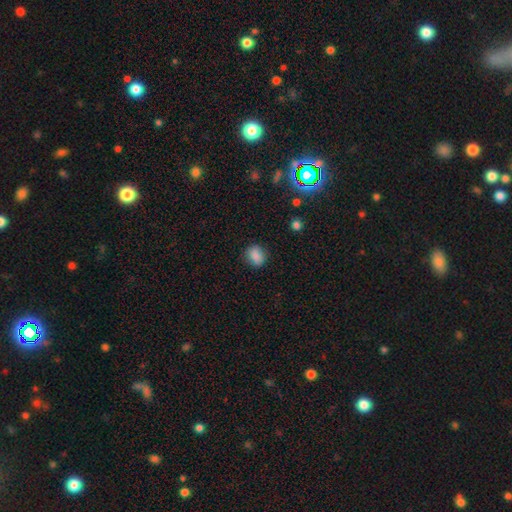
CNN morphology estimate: smooth-or-featured: smooth: 86% | star or artifact: 10% | featured or disk: 5%
  how-rounded: round: 52% | in between: 47% | cigar-shaped: 1%
  merging: none: 81% | minor disturbance: 14% | major disturbance: 3% | merger: 1%